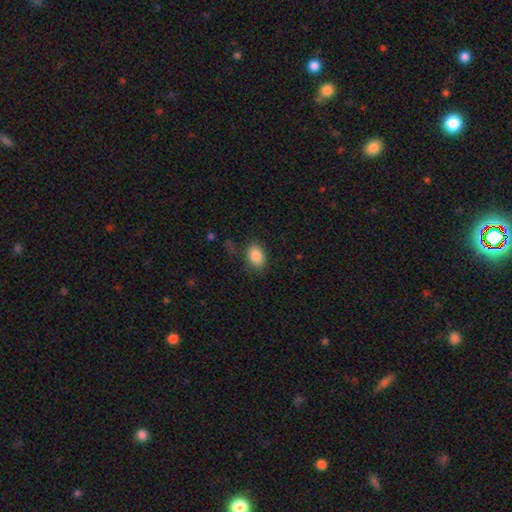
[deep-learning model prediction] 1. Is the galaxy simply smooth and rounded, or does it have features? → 86% smooth, 8% star or artifact, 6% featured or disk.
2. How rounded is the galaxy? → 85% in between, 14% round, 1% cigar-shaped.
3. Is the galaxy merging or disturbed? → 79% none, 15% minor disturbance, 5% major disturbance, 2% merger.